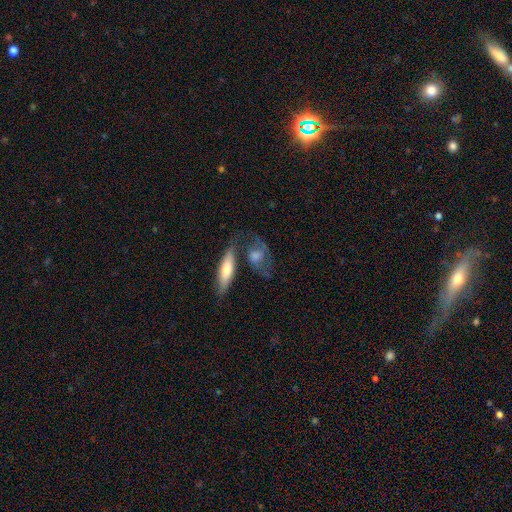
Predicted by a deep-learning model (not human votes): smooth-or-featured: featured or disk: 54% | smooth: 37% | star or artifact: 9%
  disk-edge-on: no: 72% | yes: 28%
  merging: none: 51% | merger: 21% | minor disturbance: 17% | major disturbance: 11%